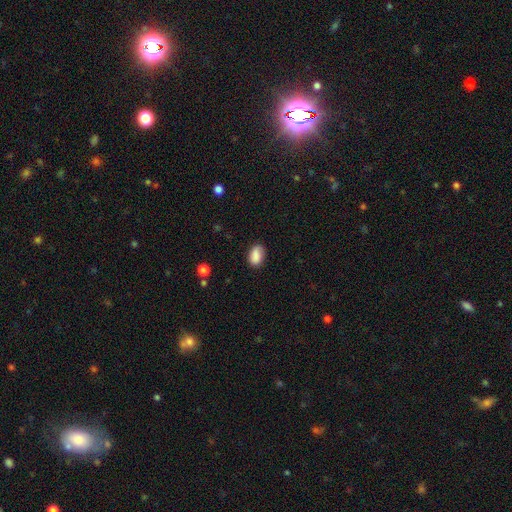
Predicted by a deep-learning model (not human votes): smooth_or_featured: smooth (p=0.87) [alt: star or artifact p=0.08]
how_rounded: in between (p=0.88) [alt: round p=0.10]
merging: none (p=0.79) [alt: minor disturbance p=0.16]